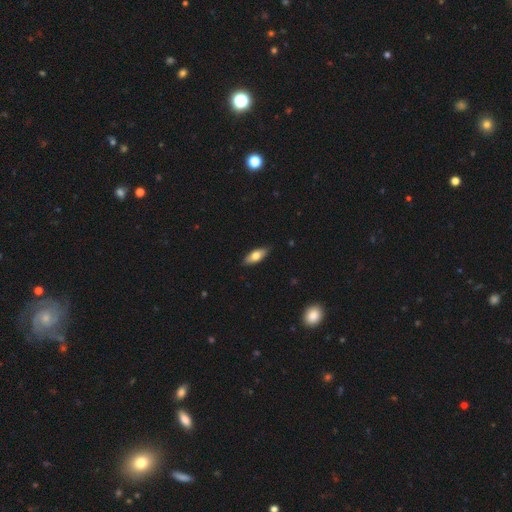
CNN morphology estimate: This is likely a smooth galaxy (72%). How rounded: likely in between (78%). Merging: clearly none (84%).